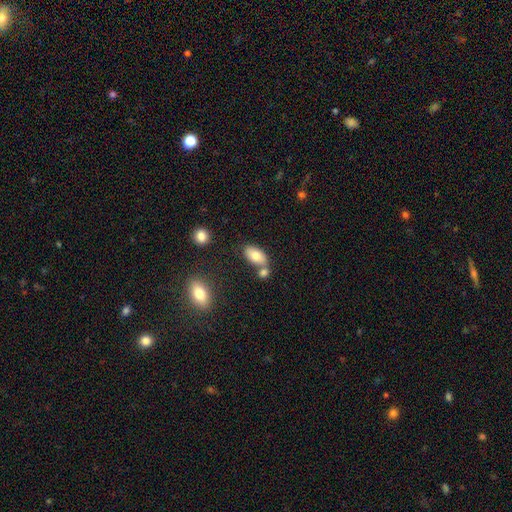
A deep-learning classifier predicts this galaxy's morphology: Smooth or featured: smooth — 79% (featured or disk — 14%)
How rounded: in between — 93% (round — 5%)
Merging: none — 57% (merger — 26%)